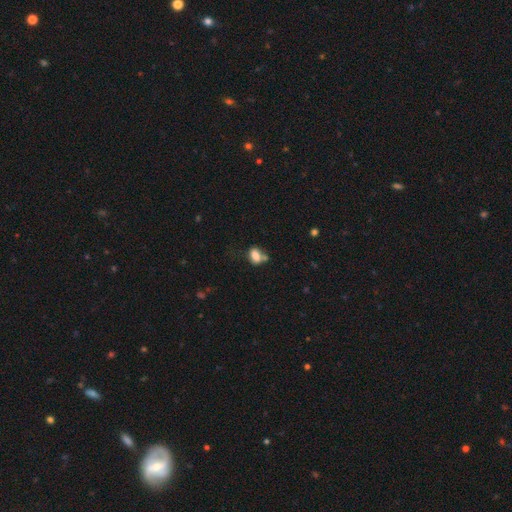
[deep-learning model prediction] Smooth or featured: smooth — 80% (star or artifact — 10%)
How rounded: in between — 81% (round — 17%)
Merging: none — 42% (merger — 28%)